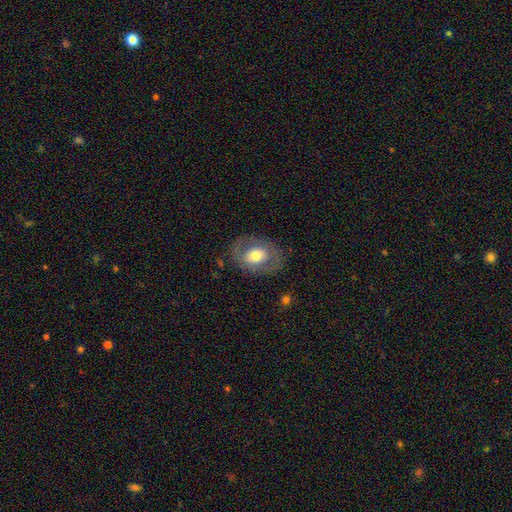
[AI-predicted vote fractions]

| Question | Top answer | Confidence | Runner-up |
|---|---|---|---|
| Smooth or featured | smooth | 54% | featured or disk (39%) |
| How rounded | in between | 66% | round (33%) |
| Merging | none | 79% | minor disturbance (13%) |